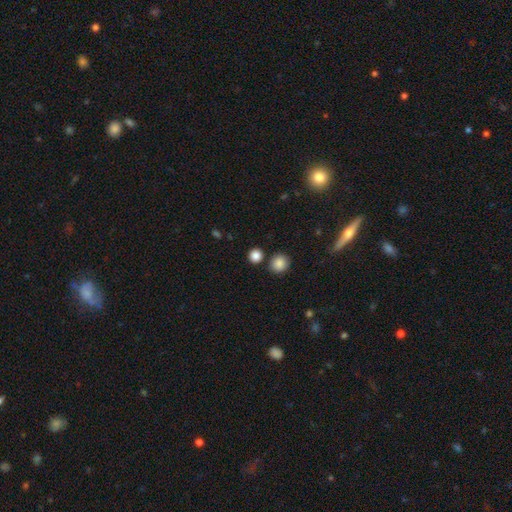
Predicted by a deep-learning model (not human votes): A smooth galaxy with no disk features (85%) that is round (89%).

Vote fractions:
- Smooth or featured? smooth: 85% / star or artifact: 11% / featured or disk: 4%
- How rounded? round: 89% / in between: 10% / cigar-shaped: 1%
- Merging? none: 81% / merger: 10% / minor disturbance: 7% / major disturbance: 2%